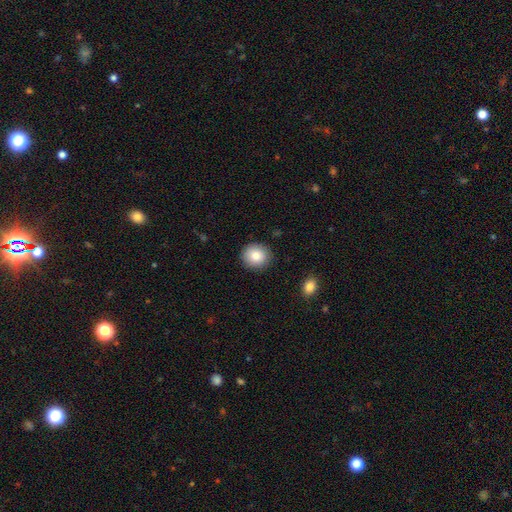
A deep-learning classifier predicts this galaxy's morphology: smooth_or_featured: smooth (p=0.84) [alt: star or artifact p=0.08]
how_rounded: round (p=0.84) [alt: in between p=0.15]
merging: none (p=0.89) [alt: minor disturbance p=0.08]